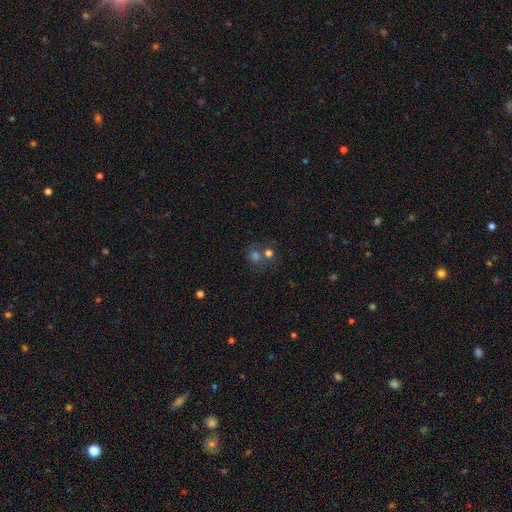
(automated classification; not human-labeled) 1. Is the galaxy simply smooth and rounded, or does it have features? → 54% smooth, 27% star or artifact, 19% featured or disk.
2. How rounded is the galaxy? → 82% round, 17% in between, 1% cigar-shaped.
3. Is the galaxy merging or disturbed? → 45% none, 42% merger, 8% minor disturbance, 5% major disturbance.